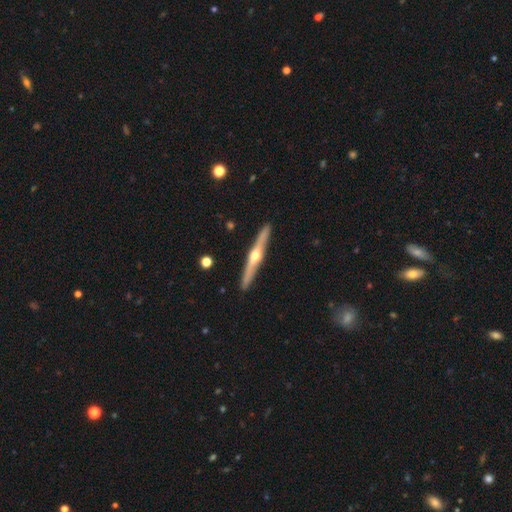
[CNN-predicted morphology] featured or disk 74%, smooth 21%, star or artifact 5%. Down the decision tree: edge-on disk — yes (97%); edge-on bulge — rounded (93%); merging — none (91%).